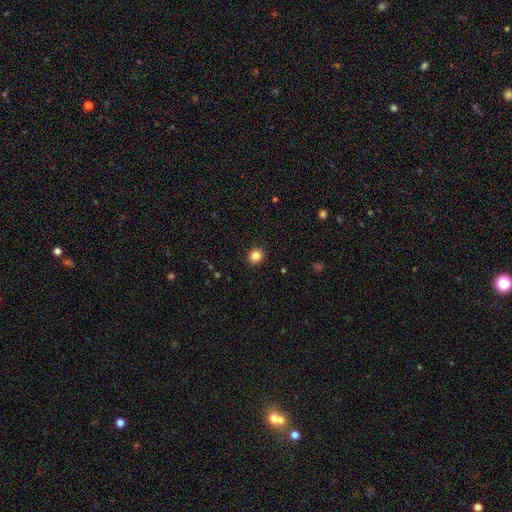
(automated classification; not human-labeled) smooth 85%, star or artifact 11%, featured or disk 4%. Down the decision tree: how rounded — round (81%); merging — none (92%).